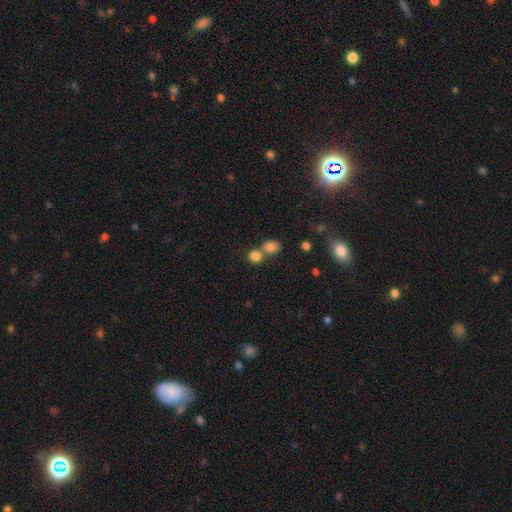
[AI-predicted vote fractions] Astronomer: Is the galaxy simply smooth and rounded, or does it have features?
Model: smooth — 81%.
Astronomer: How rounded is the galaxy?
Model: round — 76%.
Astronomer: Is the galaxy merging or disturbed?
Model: merger — 47% (runner-up: none, 43%).